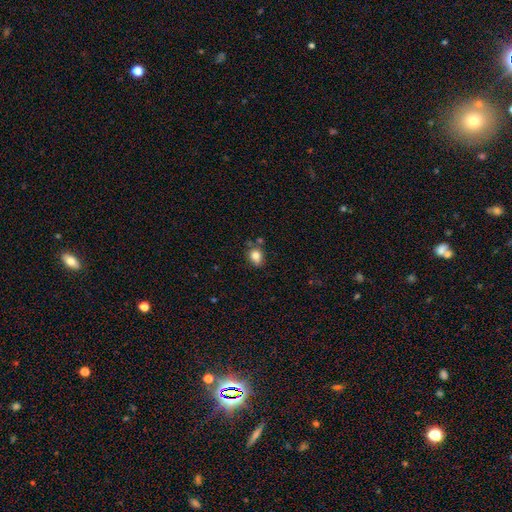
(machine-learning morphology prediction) This appears to be a smooth galaxy with no disk features (82%) that is in between round and cigar-shaped (52%). Merging: none (66%).